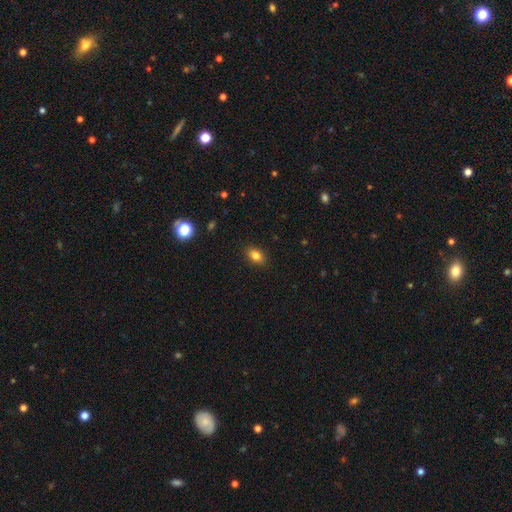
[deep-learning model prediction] Morphology: type=smooth (82%); roundness=in between (81%); merging=none (88%).